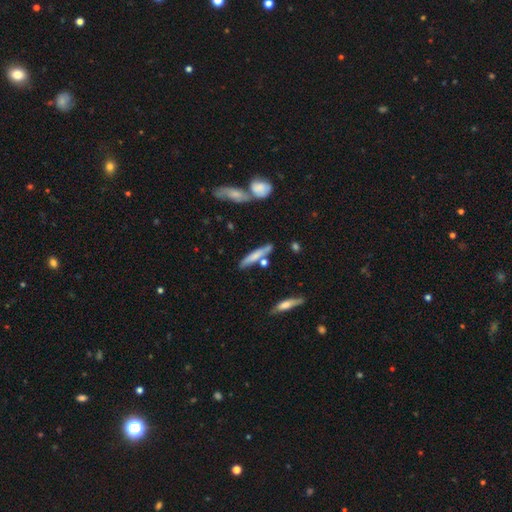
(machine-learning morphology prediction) A smooth galaxy with no disk features (65%) that is cigar-shaped (86%).

Vote fractions:
- Smooth or featured? smooth: 65% / featured or disk: 29% / star or artifact: 6%
- How rounded? cigar-shaped: 86% / in between: 12% / round: 2%
- Merging? none: 71% / minor disturbance: 13% / merger: 12% / major disturbance: 3%